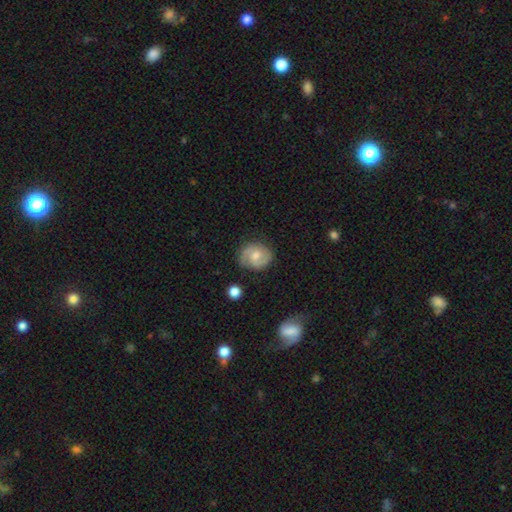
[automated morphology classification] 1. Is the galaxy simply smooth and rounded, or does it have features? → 60% featured or disk, 33% smooth, 7% star or artifact.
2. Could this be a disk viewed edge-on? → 97% no, 3% yes.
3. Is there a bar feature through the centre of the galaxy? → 57% no, 37% weak, 6% strong.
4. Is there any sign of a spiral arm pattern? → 89% yes, 11% no.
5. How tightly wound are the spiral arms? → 46% medium, 36% tight, 19% loose.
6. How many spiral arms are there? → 80% 2, 11% can't tell, 4% 1, 2% 3, 1% 4, 1% more than 4.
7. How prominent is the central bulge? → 57% moderate, 36% small, 3% large, 3% none, 1% dominant.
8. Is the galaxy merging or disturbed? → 74% none, 18% minor disturbance, 5% major disturbance, 2% merger.